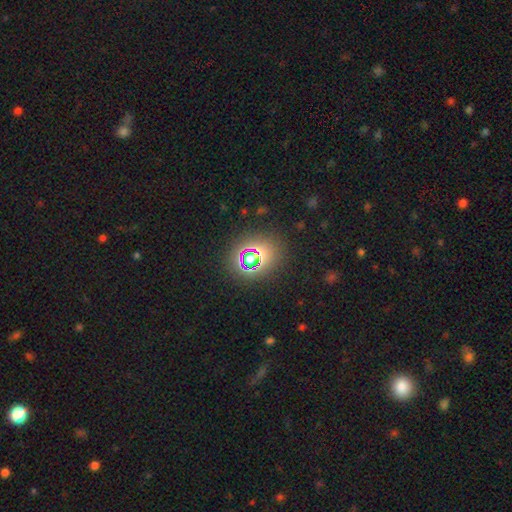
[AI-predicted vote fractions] Smooth or featured?
  - star or artifact: 56% *
  - smooth: 33%
  - featured or disk: 11%